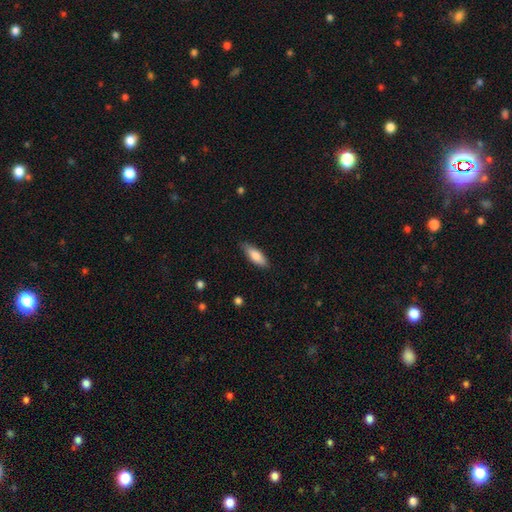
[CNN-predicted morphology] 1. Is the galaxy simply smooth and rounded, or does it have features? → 80% smooth, 14% featured or disk, 6% star or artifact.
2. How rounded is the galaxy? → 61% in between, 37% cigar-shaped, 2% round.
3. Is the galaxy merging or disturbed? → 84% none, 13% minor disturbance, 2% major disturbance, 1% merger.